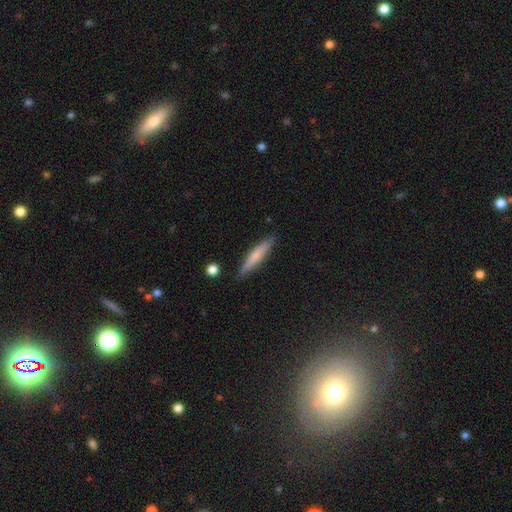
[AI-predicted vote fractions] A smooth galaxy with no disk features (57%) that is cigar-shaped (90%).

Vote fractions:
- Smooth or featured? smooth: 57% / featured or disk: 36% / star or artifact: 6%
- How rounded? cigar-shaped: 90% / in between: 8% / round: 2%
- Merging? none: 86% / minor disturbance: 10% / major disturbance: 2% / merger: 2%